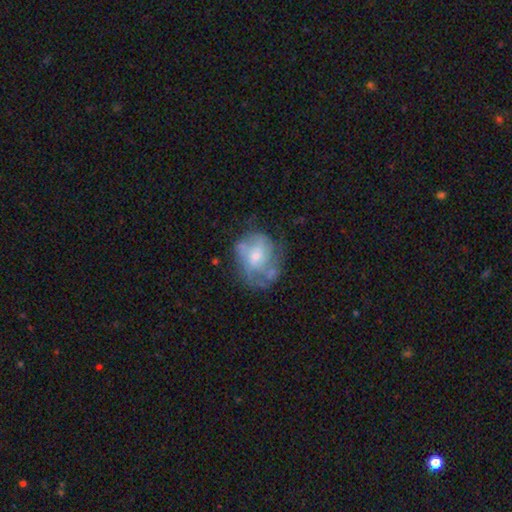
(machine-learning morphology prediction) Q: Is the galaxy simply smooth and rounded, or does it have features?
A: featured or disk — 64%.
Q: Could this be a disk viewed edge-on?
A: no — 97%.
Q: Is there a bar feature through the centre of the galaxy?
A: no — 70%.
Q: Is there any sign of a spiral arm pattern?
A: yes — 61%.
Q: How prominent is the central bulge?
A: small — 48%.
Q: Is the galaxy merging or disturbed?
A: none — 51%.